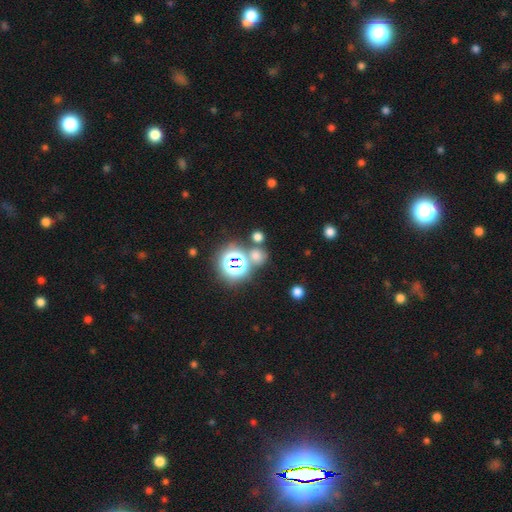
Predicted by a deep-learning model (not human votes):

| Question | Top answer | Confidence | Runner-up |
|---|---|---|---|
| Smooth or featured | smooth | 53% | star or artifact (39%) |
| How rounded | round | 79% | in between (20%) |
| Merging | none | 66% | merger (20%) |